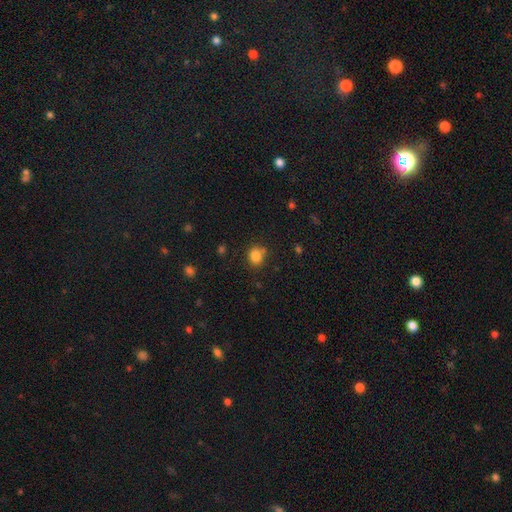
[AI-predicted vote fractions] Morphology: type=smooth (83%); roundness=round (65%); merging=none (71%).